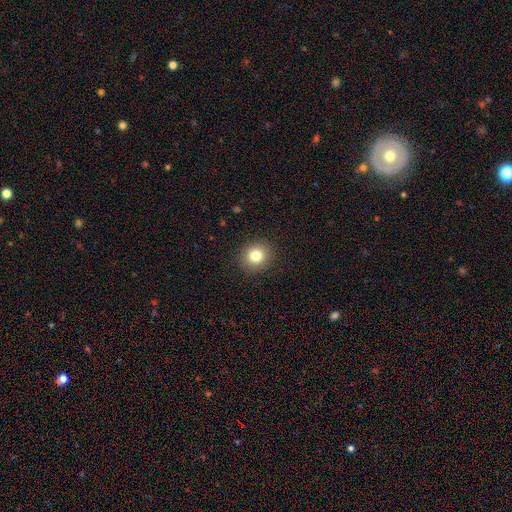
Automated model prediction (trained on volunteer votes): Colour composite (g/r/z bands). It shows a smooth galaxy with no disk features (81%) that is round (83%). Merging: none (91%).